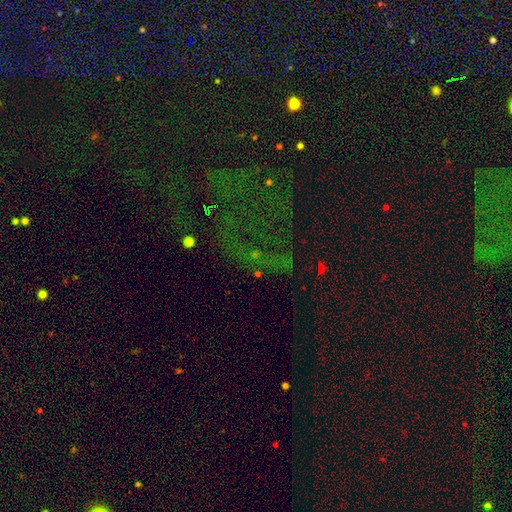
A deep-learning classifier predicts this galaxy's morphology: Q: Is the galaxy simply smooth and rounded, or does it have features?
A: star or artifact — 68%.